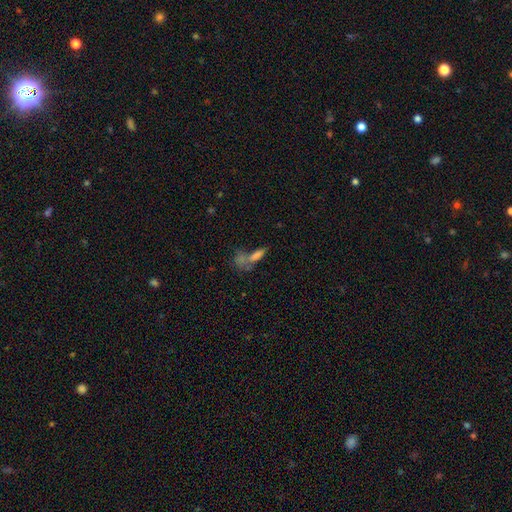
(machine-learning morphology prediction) A smooth galaxy with no disk features (62%) that is in between round and cigar-shaped (58%).

Vote fractions:
- Smooth or featured? smooth: 62% / featured or disk: 20% / star or artifact: 18%
- How rounded? in between: 58% / cigar-shaped: 34% / round: 8%
- Merging? merger: 45% / none: 33% / minor disturbance: 11% / major disturbance: 11%